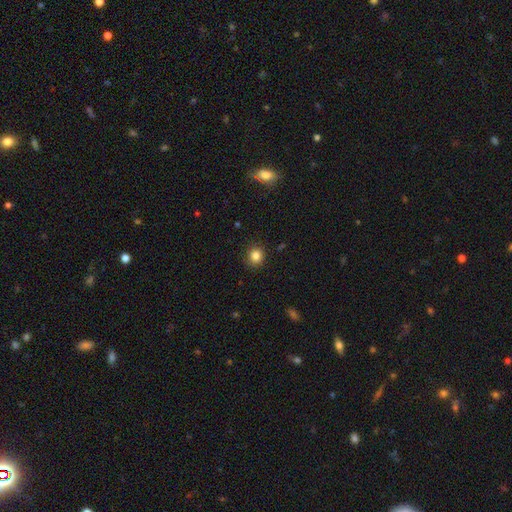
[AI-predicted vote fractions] This appears to be a smooth galaxy with no disk features (84%) that is round (87%). Merging: none (90%).